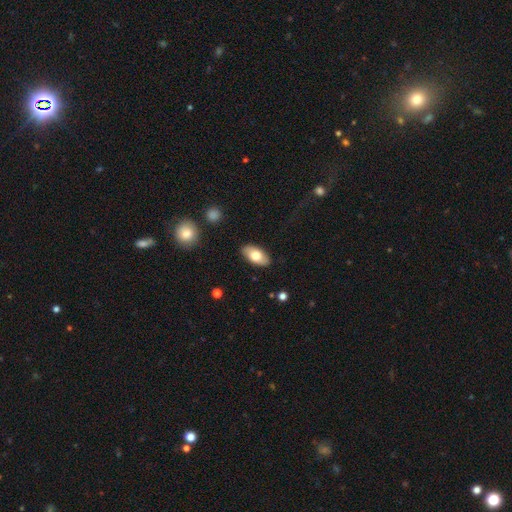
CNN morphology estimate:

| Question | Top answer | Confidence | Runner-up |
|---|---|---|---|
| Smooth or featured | smooth | 75% | featured or disk (19%) |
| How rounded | in between | 93% | cigar-shaped (4%) |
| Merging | none | 88% | minor disturbance (9%) |